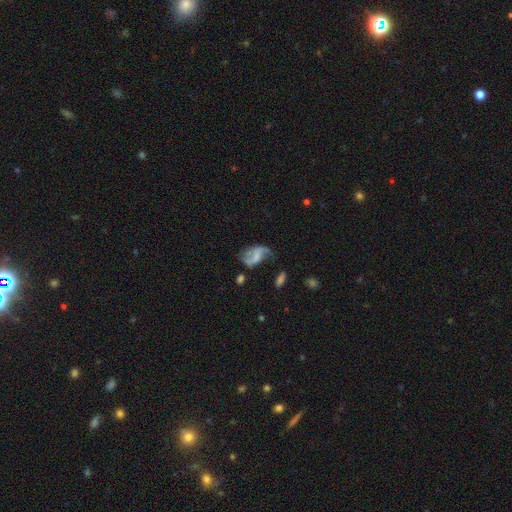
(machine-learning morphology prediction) smooth_or_featured: featured or disk (p=0.64) [alt: smooth p=0.26]
disk_edge_on: no (p=0.96) [alt: yes p=0.04]
bar: no (p=0.44) [alt: weak p=0.37]
has_spiral_arms: yes (p=0.71) [alt: no p=0.29]
bulge_size: none (p=0.60) [alt: small p=0.22]
merging: none (p=0.35) [alt: major disturbance p=0.32]